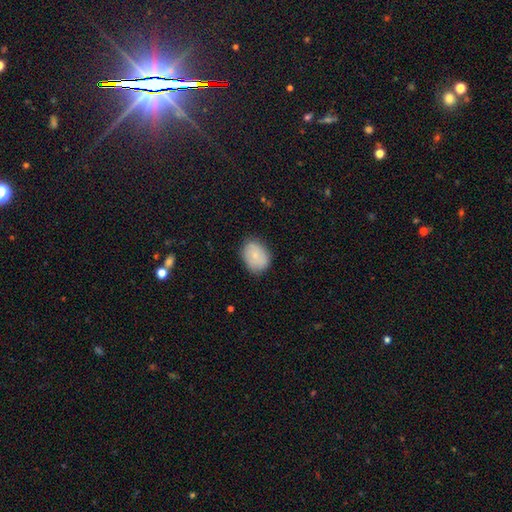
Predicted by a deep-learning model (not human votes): Morphology: type=smooth (75%); roundness=in between (69%); merging=none (77%).